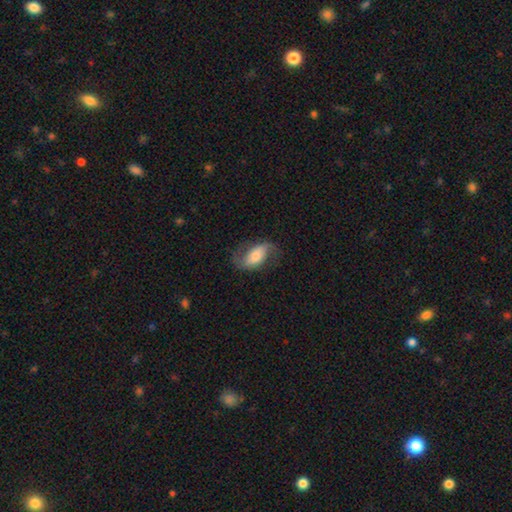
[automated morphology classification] Overall: featured or disk (63%; smooth 30%). Edge-on disk: no (95%). Bar: no (40%; weak 33%). Spiral arms: yes (88%). Spiral arm count: 2 (89%). Spiral winding: loose (60%; medium 30%). Bulge size: moderate (50%; small 34%). Merging: none (70%).